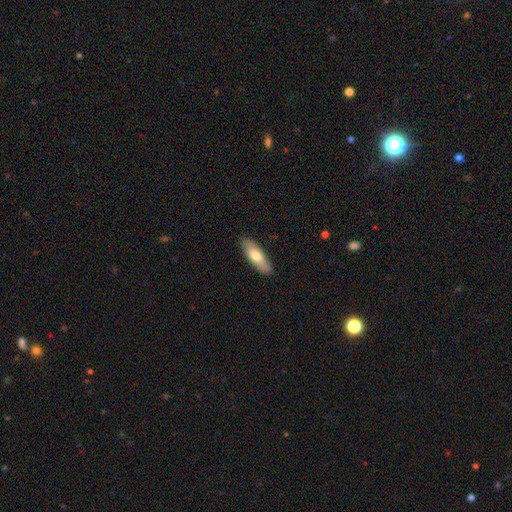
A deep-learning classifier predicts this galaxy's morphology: type=smooth (71%); roundness=in between (55%); merging=none (88%).